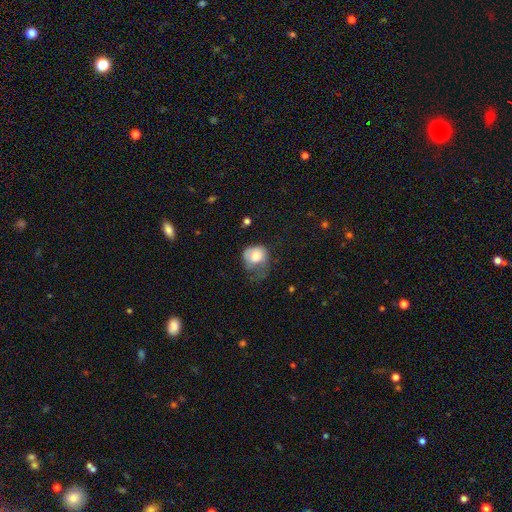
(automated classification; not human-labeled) This is likely a smooth galaxy (69%). How rounded: likely round (62%). Merging: marginally major disturbance (43%).